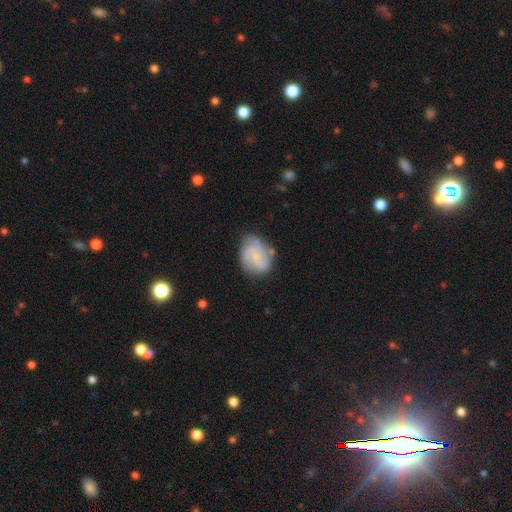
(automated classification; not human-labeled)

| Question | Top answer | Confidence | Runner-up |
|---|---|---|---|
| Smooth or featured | featured or disk | 63% | smooth (30%) |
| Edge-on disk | no | 98% | yes (2%) |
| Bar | no | 64% | weak (32%) |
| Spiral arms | yes | 91% | no (9%) |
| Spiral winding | medium | 45% | tight (36%) |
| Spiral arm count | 3 | 35% | 2 (30%) |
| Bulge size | small | 57% | none (27%) |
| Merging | none | 69% | minor disturbance (22%) |